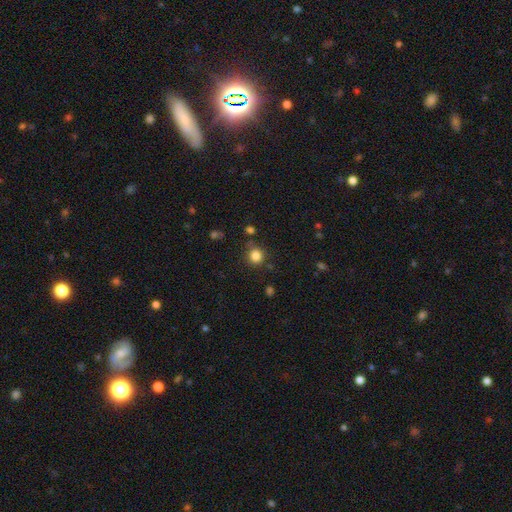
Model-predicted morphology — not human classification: This appears to be a smooth galaxy with no disk features (83%) that is round (91%). Merging: none (81%).